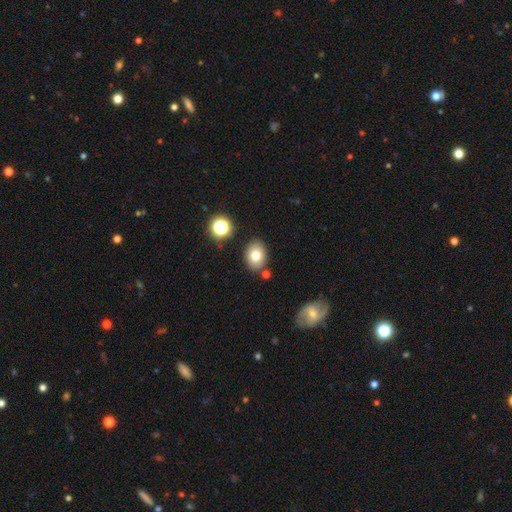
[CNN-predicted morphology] This is likely a smooth galaxy (76%). How rounded: likely in between (65%). Merging: clearly none (82%).